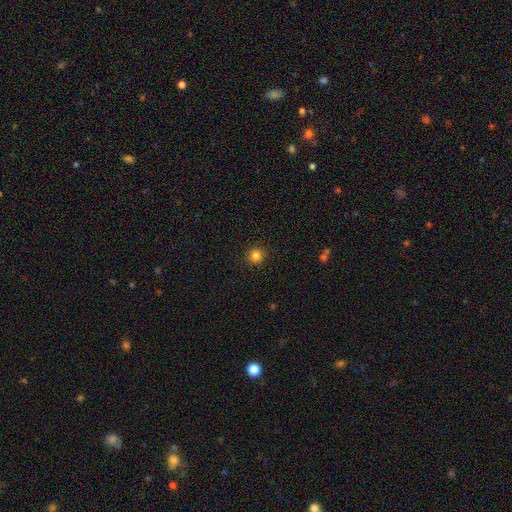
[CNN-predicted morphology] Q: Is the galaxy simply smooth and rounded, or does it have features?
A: smooth — 82%.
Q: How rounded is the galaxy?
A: round — 95%.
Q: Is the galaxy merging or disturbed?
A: none — 93%.